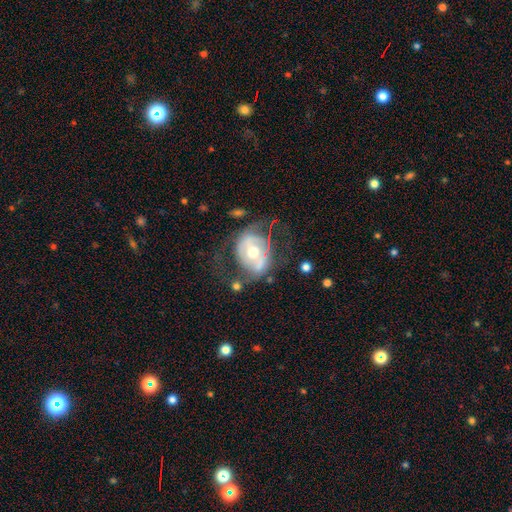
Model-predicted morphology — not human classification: featured or disk 68%, smooth 25%, star or artifact 8%. Down the decision tree: edge-on disk — no (95%); bar — no (54%); spiral arms — no (52%); bulge size — moderate (70%); merging — none (51%).